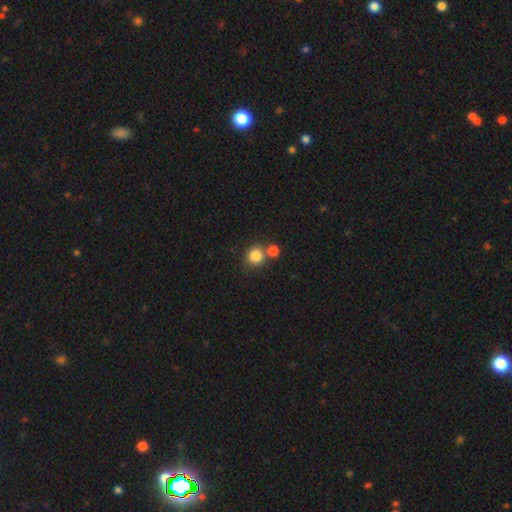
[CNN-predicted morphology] A smooth galaxy with no disk features (83%) that is round (90%).

Vote fractions:
- Smooth or featured? smooth: 83% / star or artifact: 11% / featured or disk: 6%
- How rounded? round: 90% / in between: 9% / cigar-shaped: 1%
- Merging? none: 63% / merger: 27% / minor disturbance: 7% / major disturbance: 3%